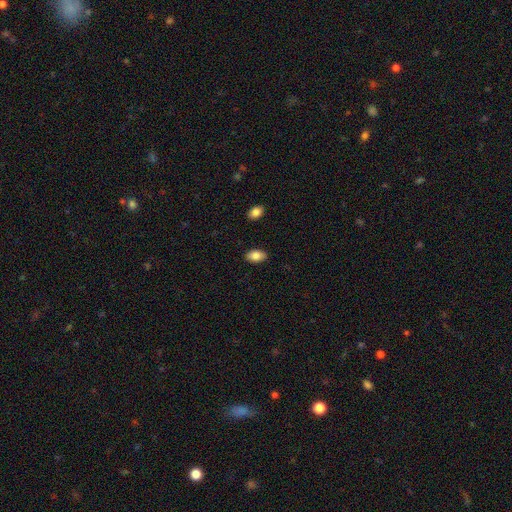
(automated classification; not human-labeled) smooth-or-featured: smooth: 84% | featured or disk: 9% | star or artifact: 7%
  how-rounded: in between: 93% | round: 6% | cigar-shaped: 2%
  merging: none: 88% | minor disturbance: 8% | major disturbance: 2% | merger: 1%